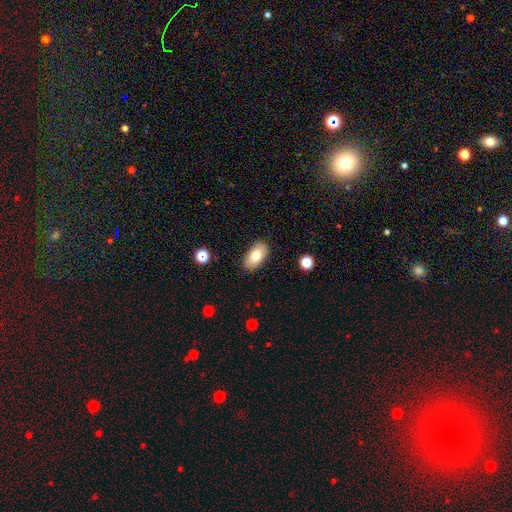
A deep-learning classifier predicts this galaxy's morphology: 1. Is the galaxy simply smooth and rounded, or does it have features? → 79% smooth, 13% featured or disk, 8% star or artifact.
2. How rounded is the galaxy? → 93% in between, 5% round, 2% cigar-shaped.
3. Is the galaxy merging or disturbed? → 86% none, 11% minor disturbance, 2% major disturbance, 1% merger.